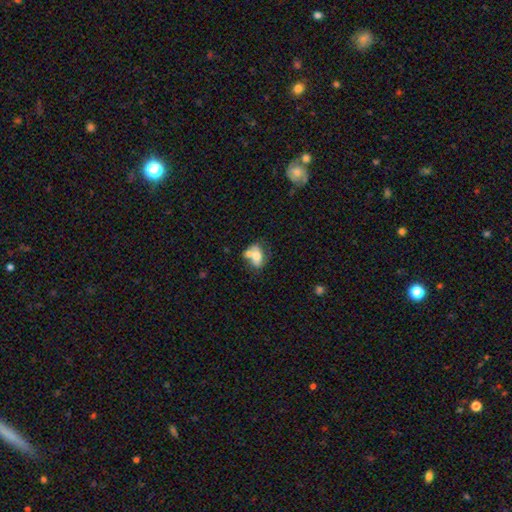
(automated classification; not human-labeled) A smooth galaxy with no disk features (57%) that is in between round and cigar-shaped (74%).

Vote fractions:
- Smooth or featured? smooth: 57% / featured or disk: 34% / star or artifact: 8%
- How rounded? in between: 74% / round: 24% / cigar-shaped: 3%
- Merging? merger: 51% / none: 27% / minor disturbance: 14% / major disturbance: 8%